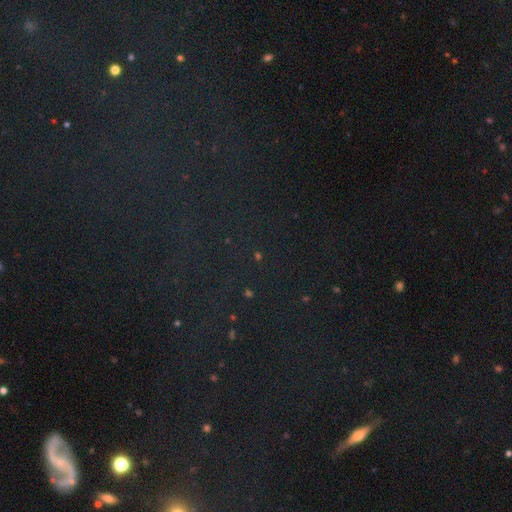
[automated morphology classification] Overall: star or artifact (79%).